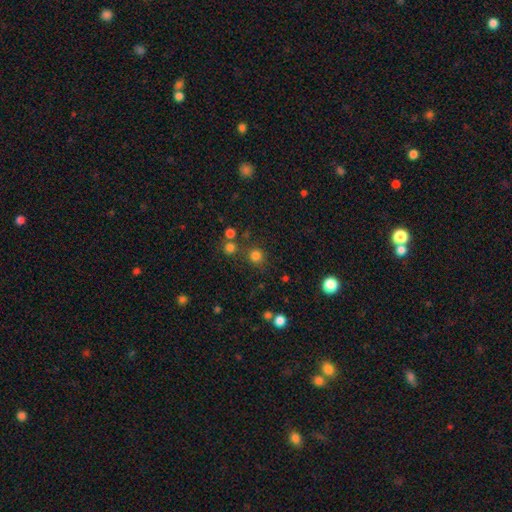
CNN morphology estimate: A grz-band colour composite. It shows a smooth galaxy with no disk features (77%) that is round (91%). Merging: none (77%).